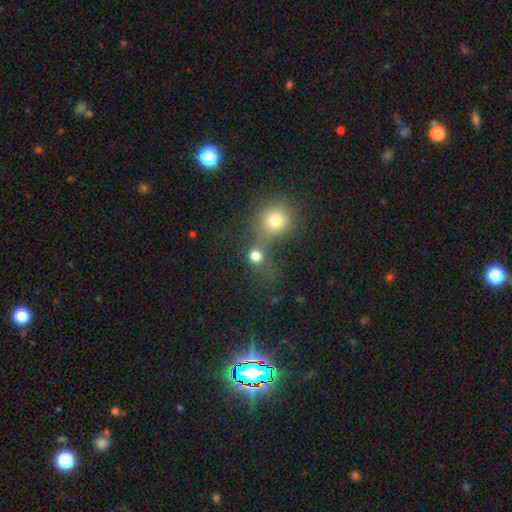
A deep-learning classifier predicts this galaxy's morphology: smooth_or_featured: smooth (p=0.76) [alt: star or artifact p=0.16]
how_rounded: round (p=0.83) [alt: in between p=0.15]
merging: merger (p=0.46) [alt: none p=0.38]